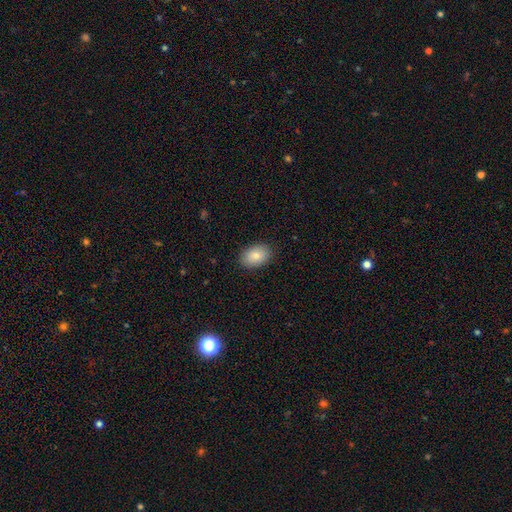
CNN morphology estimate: Overall: smooth (84%). How rounded: in between (87%). Merging: none (88%).